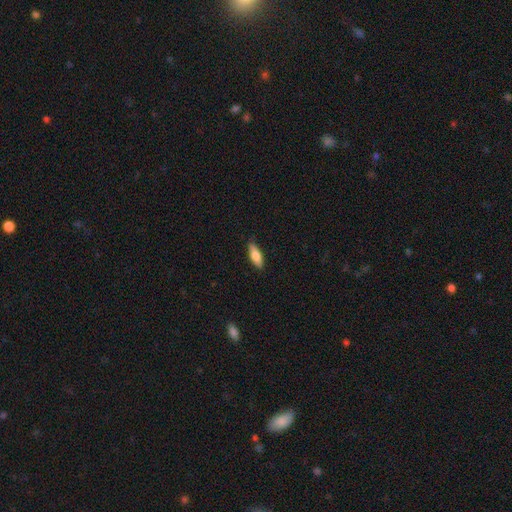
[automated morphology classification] A smooth galaxy with no disk features (75%) that is in between round and cigar-shaped (60%).

Vote fractions:
- Smooth or featured? smooth: 75% / featured or disk: 19% / star or artifact: 6%
- How rounded? in between: 60% / cigar-shaped: 38% / round: 2%
- Merging? none: 86% / minor disturbance: 11% / major disturbance: 2% / merger: 1%